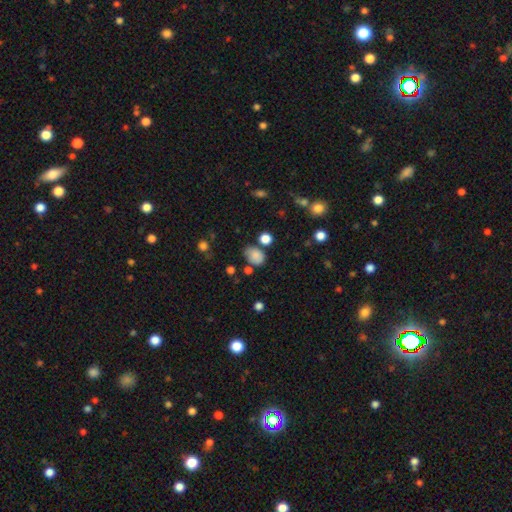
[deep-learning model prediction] smooth 81%, star or artifact 12%, featured or disk 7%. Down the decision tree: how rounded — in between (68%); merging — none (61%).